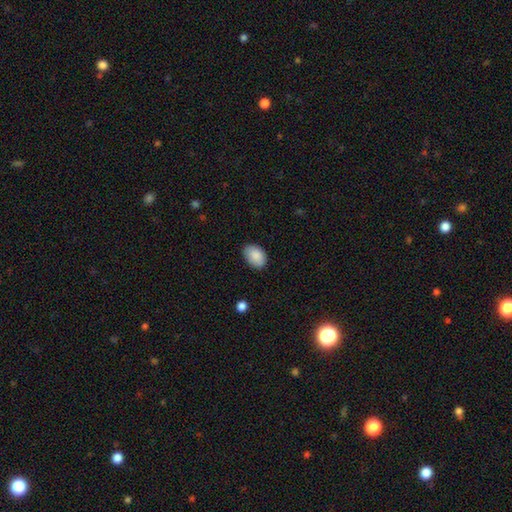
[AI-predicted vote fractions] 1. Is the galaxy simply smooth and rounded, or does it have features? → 88% smooth, 7% star or artifact, 5% featured or disk.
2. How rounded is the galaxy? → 85% in between, 14% round, 1% cigar-shaped.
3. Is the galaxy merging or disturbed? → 81% none, 15% minor disturbance, 3% major disturbance, 1% merger.